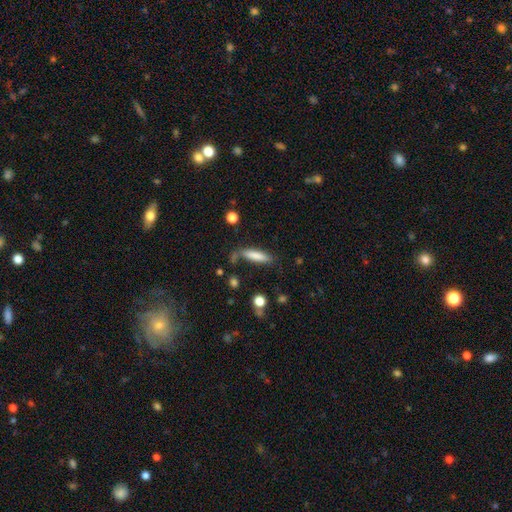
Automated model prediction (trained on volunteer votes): Morphology: type=smooth (77%); roundness=cigar-shaped (76%); merging=none (60%).